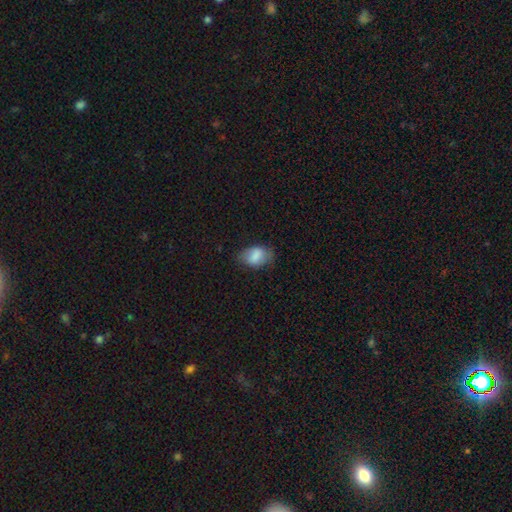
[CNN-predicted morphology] A smooth galaxy with no disk features (79%) that is in between round and cigar-shaped (82%). Merging: none (66%).